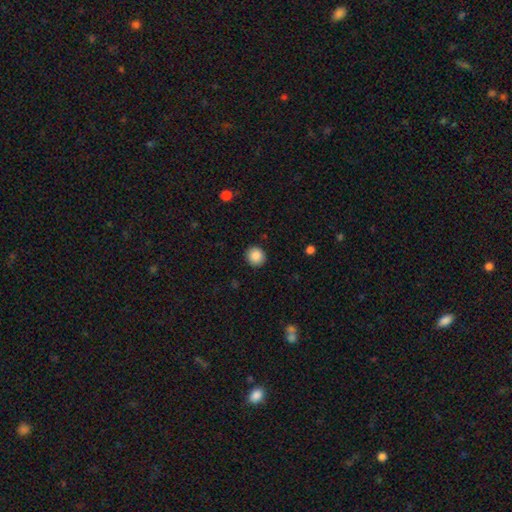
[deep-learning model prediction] Smooth or featured? Predicted: smooth (p=0.88). How rounded? Predicted: round (p=0.90). Merging? Predicted: none (p=0.91).